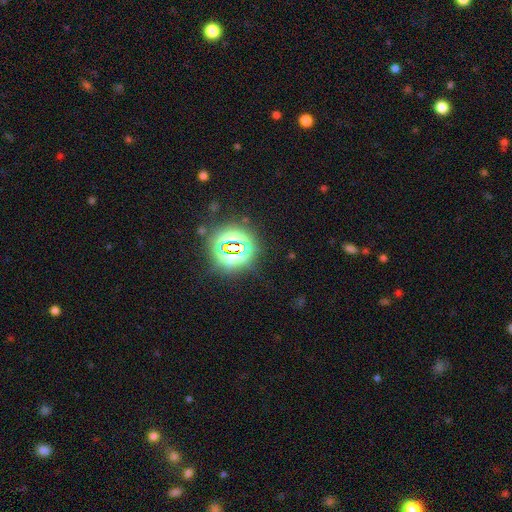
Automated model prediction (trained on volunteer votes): Morphology: type=star or artifact (82%).